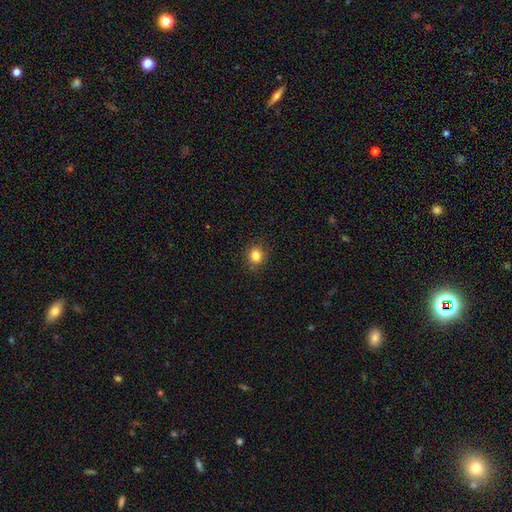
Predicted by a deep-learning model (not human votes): smooth-or-featured: smooth: 83% | star or artifact: 12% | featured or disk: 5%
  how-rounded: round: 86% | in between: 13% | cigar-shaped: 1%
  merging: none: 90% | minor disturbance: 7% | major disturbance: 2% | merger: 1%